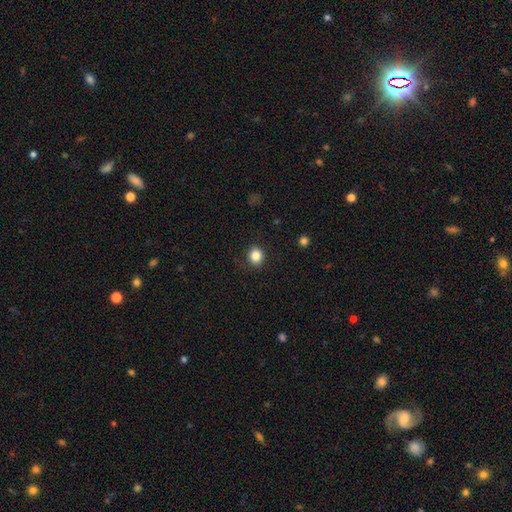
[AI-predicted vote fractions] Overall: smooth (85%). How rounded: round (79%). Merging: none (89%).